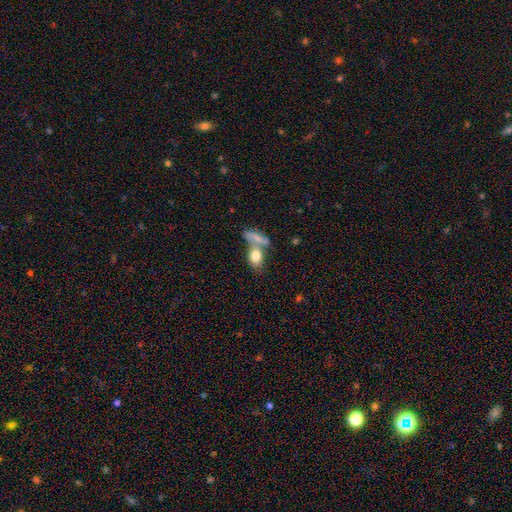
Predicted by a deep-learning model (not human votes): Smooth or featured: smooth — 77% (featured or disk — 16%)
How rounded: in between — 76% (round — 17%)
Merging: merger — 48% (none — 36%)